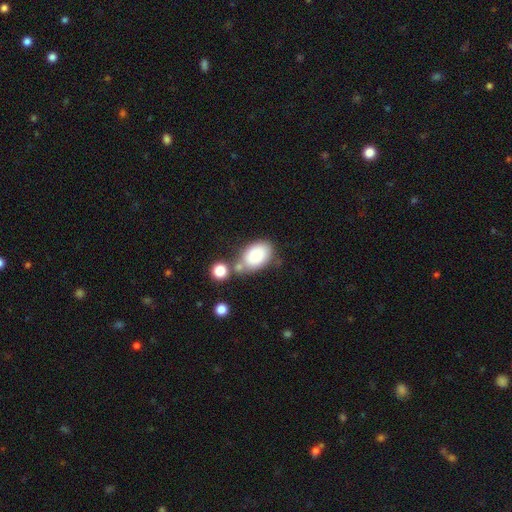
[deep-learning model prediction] Smooth or featured? smooth (84%)
How rounded? in between (90%)
Merging? none (50%)